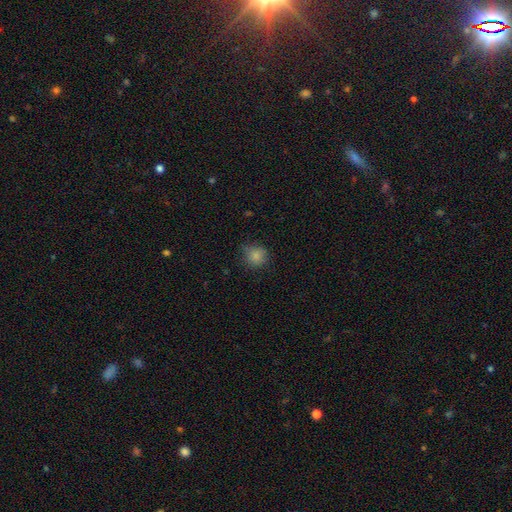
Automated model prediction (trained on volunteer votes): smooth 84%, star or artifact 11%, featured or disk 5%. Down the decision tree: how rounded — round (87%); merging — none (76%).